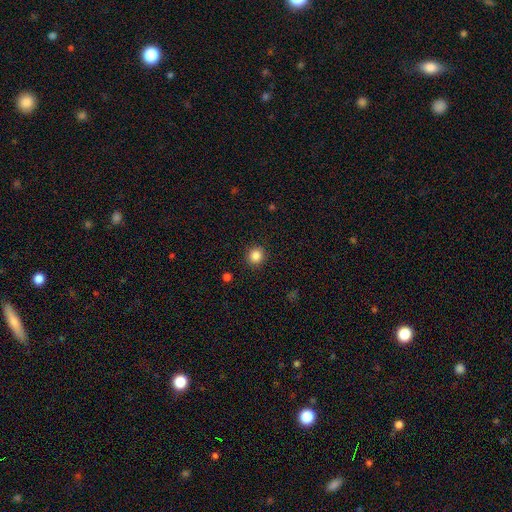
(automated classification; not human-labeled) Overall: smooth (85%). How rounded: round (91%). Merging: none (92%).